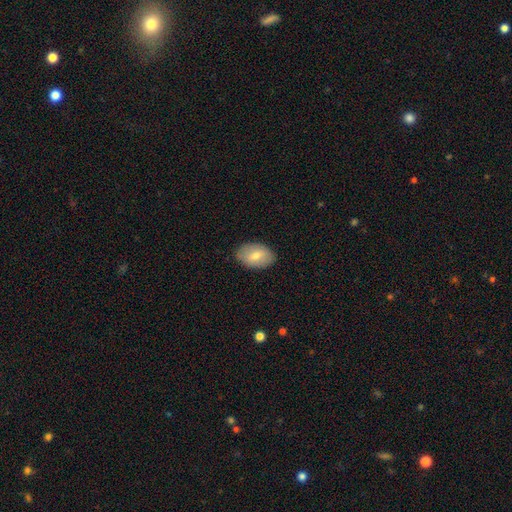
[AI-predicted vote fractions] Q: Smooth or featured?
A: smooth (71%); runner-up: featured or disk (23%)
Q: How rounded?
A: in between (90%); runner-up: round (9%)
Q: Merging?
A: none (85%); runner-up: minor disturbance (12%)